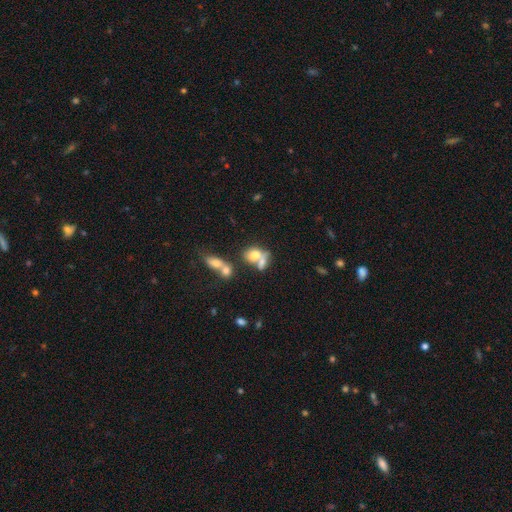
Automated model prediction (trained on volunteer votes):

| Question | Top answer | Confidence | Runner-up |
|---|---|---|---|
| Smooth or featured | smooth | 69% | featured or disk (20%) |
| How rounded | in between | 57% | round (41%) |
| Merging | merger | 55% | none (28%) |